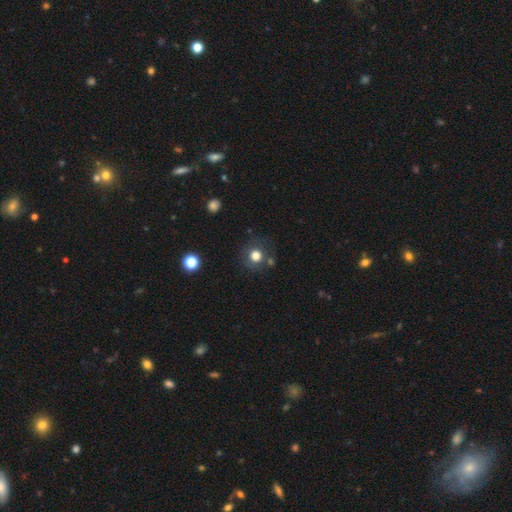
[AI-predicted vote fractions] smooth_or_featured: smooth (p=0.76) [alt: star or artifact p=0.14]
how_rounded: round (p=0.90) [alt: in between p=0.09]
merging: none (p=0.76) [alt: minor disturbance p=0.12]